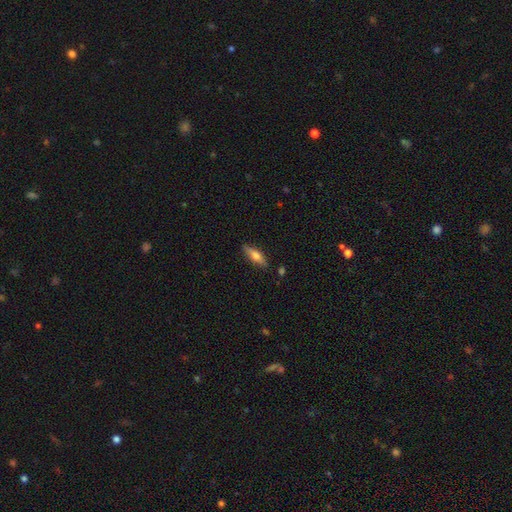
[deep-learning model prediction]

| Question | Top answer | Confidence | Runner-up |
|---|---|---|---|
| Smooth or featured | smooth | 52% | featured or disk (42%) |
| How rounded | cigar-shaped | 58% | in between (39%) |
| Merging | none | 85% | minor disturbance (11%) |